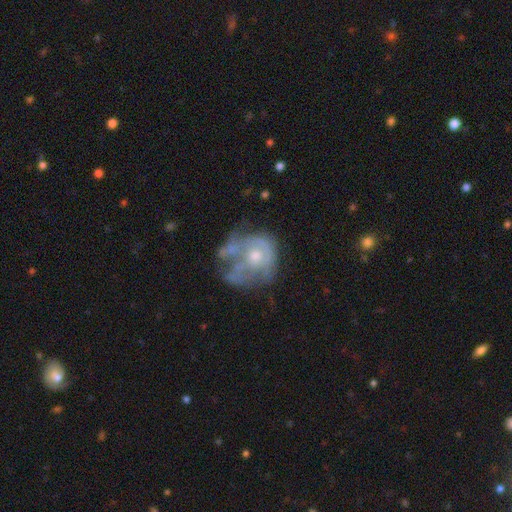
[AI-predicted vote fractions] Smooth or featured?
  - featured or disk: 62% *
  - smooth: 29%
  - star or artifact: 9%
Edge-on disk?
  - no: 97% *
  - yes: 3%
Bar?
  - no: 86% *
  - weak: 12%
  - strong: 2%
Spiral arms?
  - no: 67% *
  - yes: 33%
Bulge size?
  - moderate: 57% *
  - small: 32%
  - none: 6%
  - large: 4%
  - dominant: 1%
Merging?
  - major disturbance: 33% *
  - none: 30%
  - minor disturbance: 21%
  - merger: 16%